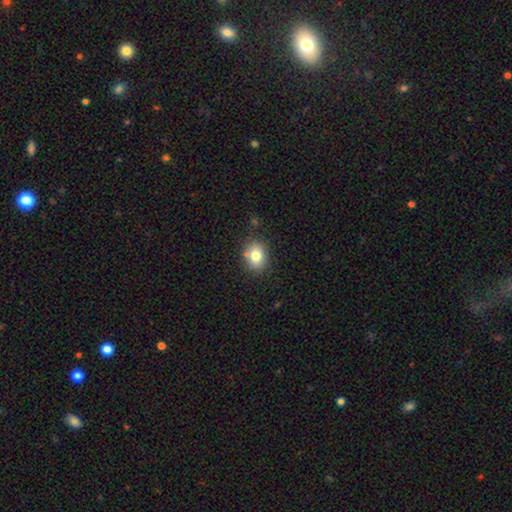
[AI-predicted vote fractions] smooth-or-featured: smooth: 79% | featured or disk: 11% | star or artifact: 10%
  how-rounded: in between: 59% | round: 40% | cigar-shaped: 1%
  merging: none: 78% | minor disturbance: 12% | merger: 7% | major disturbance: 3%